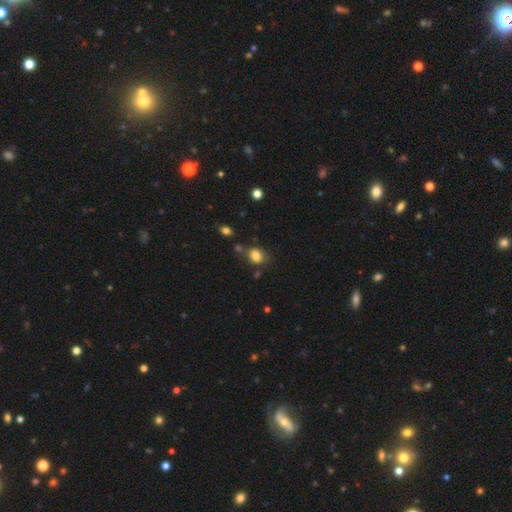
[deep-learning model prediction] Overall: smooth (82%). How rounded: in between (55%; round 43%). Merging: none (68%).